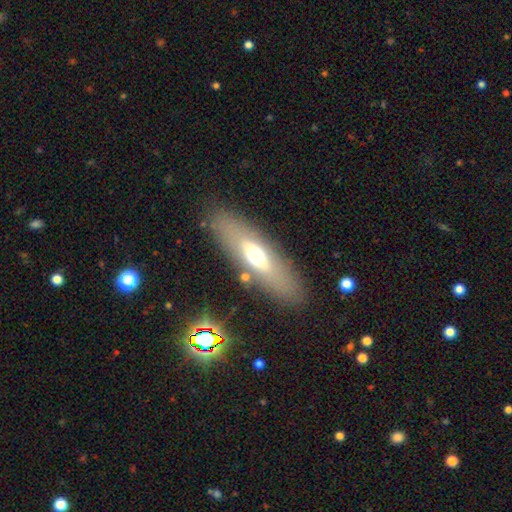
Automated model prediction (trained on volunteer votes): smooth-or-featured: smooth: 48% | featured or disk: 43% | star or artifact: 8%
  merging: none: 82% | minor disturbance: 10% | major disturbance: 4% | merger: 3%